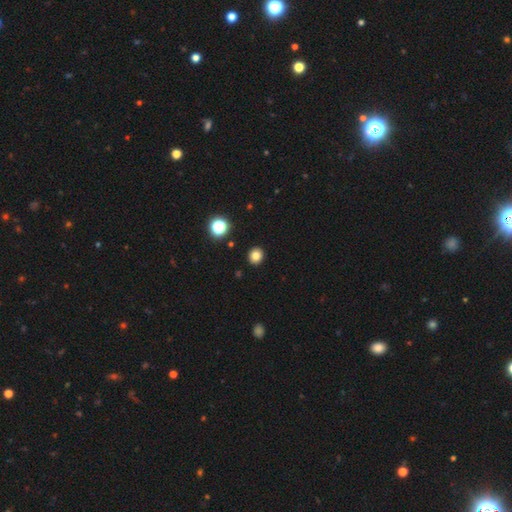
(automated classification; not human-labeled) smooth-or-featured: smooth: 81% | star or artifact: 13% | featured or disk: 6%
  how-rounded: round: 83% | in between: 16% | cigar-shaped: 1%
  merging: none: 92% | minor disturbance: 5% | major disturbance: 2% | merger: 1%